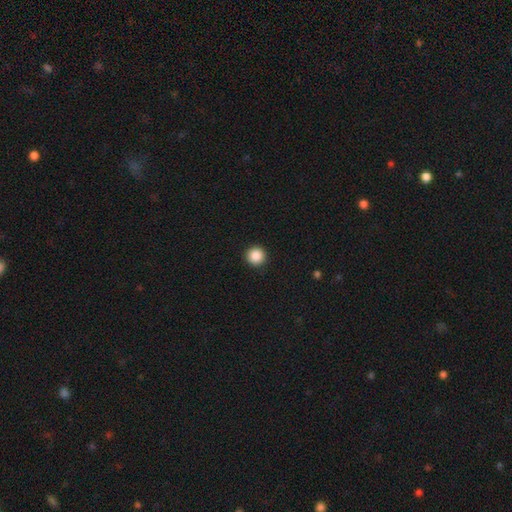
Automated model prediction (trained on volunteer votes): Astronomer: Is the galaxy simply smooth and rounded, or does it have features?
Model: smooth — 88%.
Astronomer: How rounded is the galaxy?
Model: round — 96%.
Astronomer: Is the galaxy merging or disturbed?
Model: none — 93%.